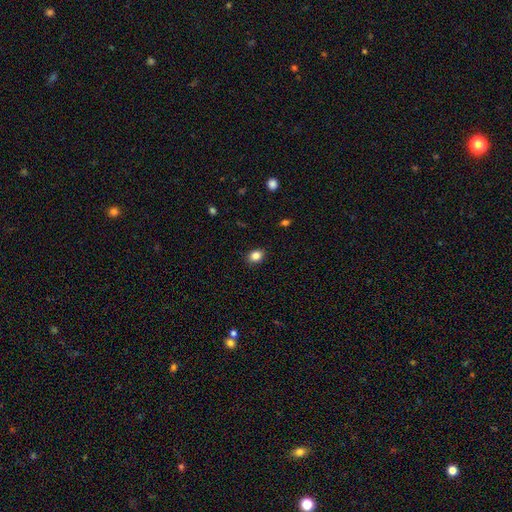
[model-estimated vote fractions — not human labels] Q: Smooth or featured?
A: smooth (84%); runner-up: star or artifact (11%)
Q: How rounded?
A: in between (50%); runner-up: round (49%)
Q: Merging?
A: none (89%); runner-up: minor disturbance (8%)